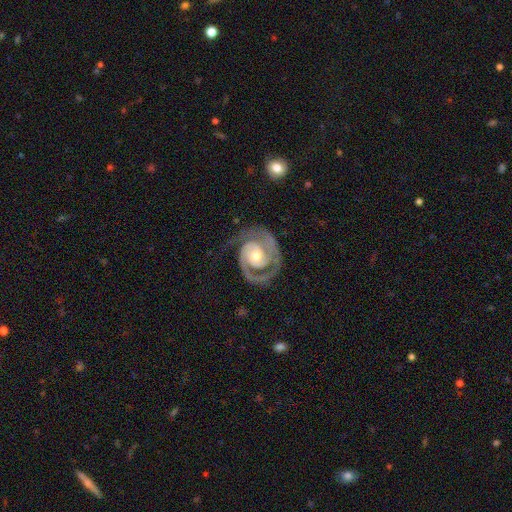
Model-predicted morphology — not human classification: Smooth or featured? featured or disk (92%)
Edge-on disk? no (98%)
Bar? no (63%)
Spiral arms? yes (98%)
Spiral winding? tight (61%)
Spiral arm count? 2 (84%)
Bulge size? moderate (60%)
Merging? none (74%)